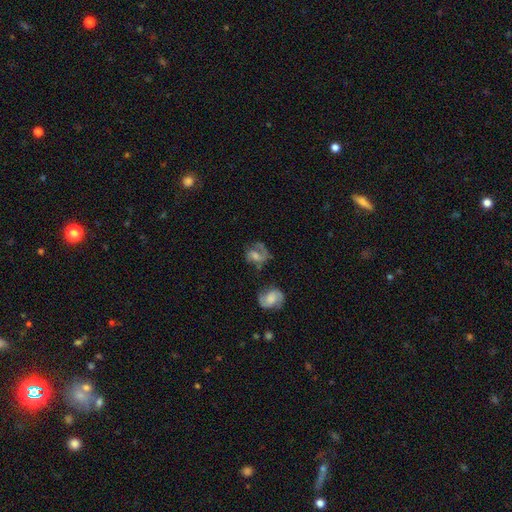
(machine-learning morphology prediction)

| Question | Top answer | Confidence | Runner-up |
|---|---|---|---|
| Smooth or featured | featured or disk | 60% | smooth (29%) |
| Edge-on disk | no | 96% | yes (4%) |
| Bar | no | 53% | weak (38%) |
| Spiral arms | yes | 83% | no (17%) |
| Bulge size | moderate | 45% | small (26%) |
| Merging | none | 48% | minor disturbance (20%) |